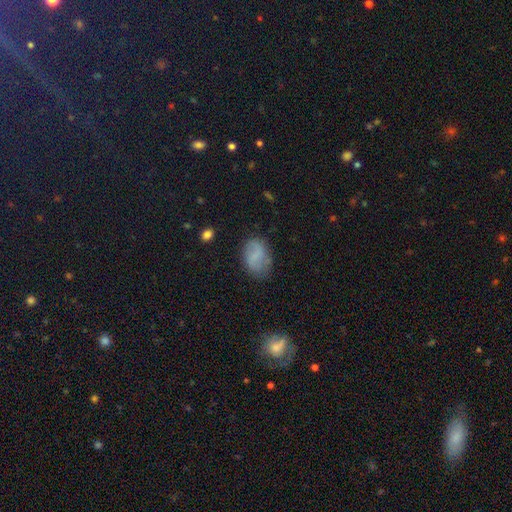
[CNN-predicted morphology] type=smooth (62%); roundness=in between (86%); merging=none (70%).